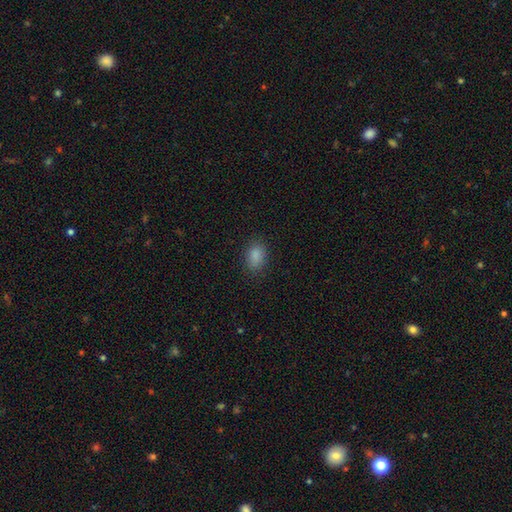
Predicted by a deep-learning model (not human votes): Smooth or featured: smooth — 87% (star or artifact — 10%)
How rounded: in between — 79% (round — 20%)
Merging: none — 84% (minor disturbance — 12%)